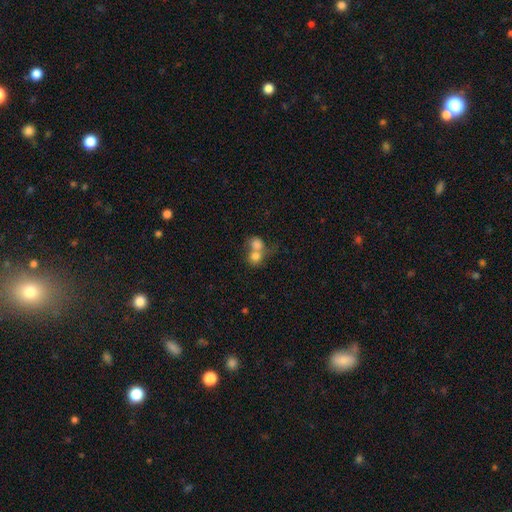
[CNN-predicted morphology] A smooth galaxy with no disk features (76%) that is round (72%).

Vote fractions:
- Smooth or featured? smooth: 76% / featured or disk: 15% / star or artifact: 10%
- How rounded? round: 72% / in between: 27% / cigar-shaped: 1%
- Merging? merger: 69% / none: 21% / minor disturbance: 5% / major disturbance: 4%